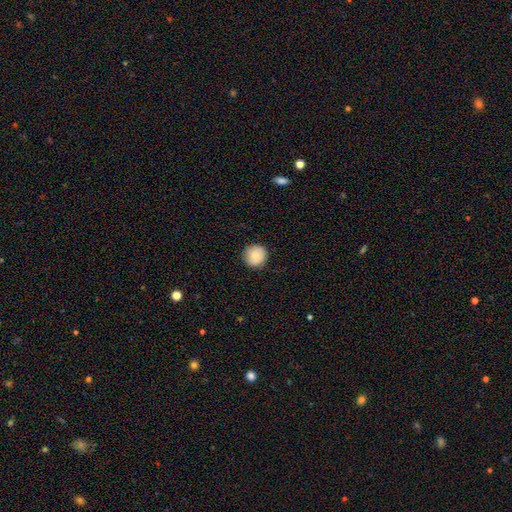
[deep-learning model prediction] A smooth galaxy with no disk features (85%) that is round (94%). Merging: none (88%).